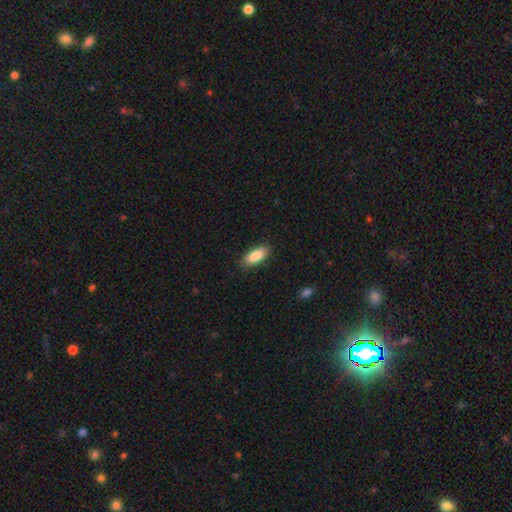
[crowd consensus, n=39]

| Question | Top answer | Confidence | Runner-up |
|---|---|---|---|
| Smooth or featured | smooth | 82% | featured or disk (13%) |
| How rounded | in between | 88% | cigar-shaped (9%) |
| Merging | none | 89% | minor disturbance (8%) |